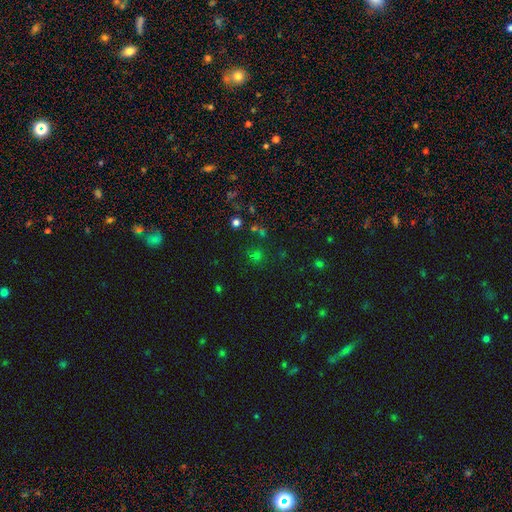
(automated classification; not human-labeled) Smooth or featured: smooth — 48% (star or artifact — 44%)
Merging: none — 67% (merger — 13%)